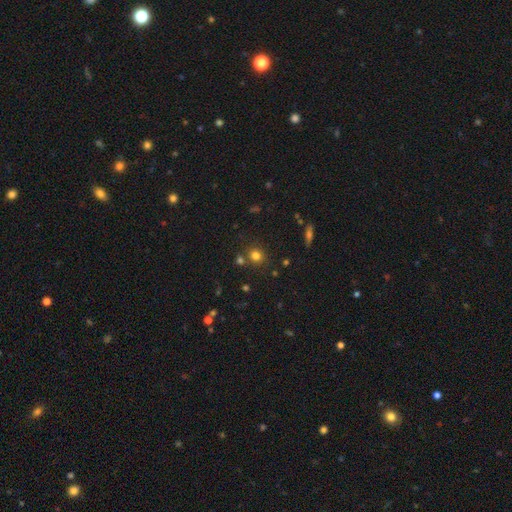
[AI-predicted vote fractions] A smooth galaxy with no disk features (75%) that is round (83%). Merging: none (76%).